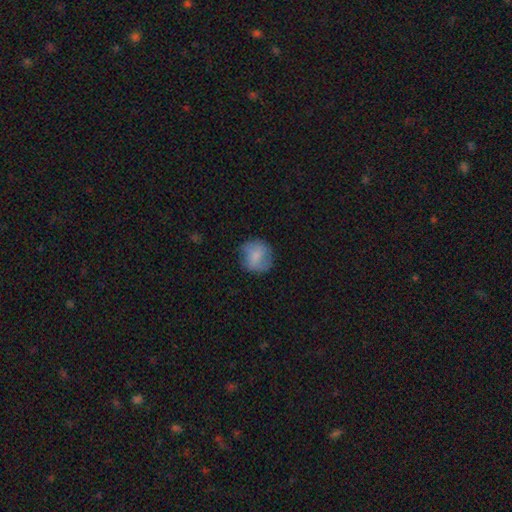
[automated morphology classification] This is likely a smooth galaxy (75%). How rounded: clearly round (86%). Merging: likely none (72%).